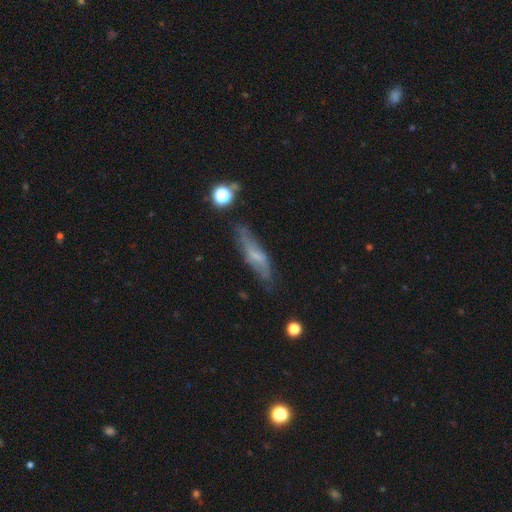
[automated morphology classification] Smooth or featured? Predicted: smooth (p=0.45, tied with featured or disk). Merging? Predicted: none (p=0.66).